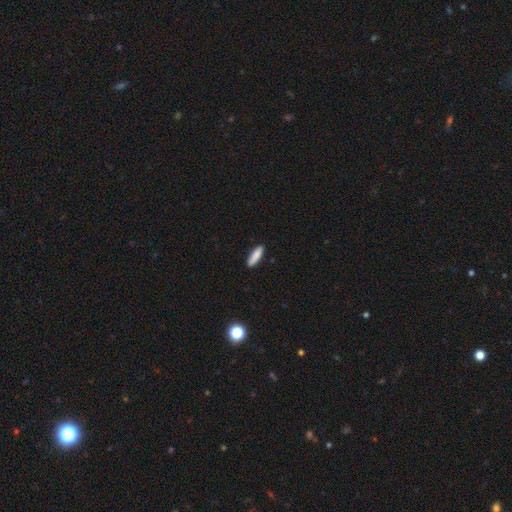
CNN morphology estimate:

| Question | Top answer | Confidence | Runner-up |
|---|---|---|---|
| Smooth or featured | smooth | 87% | featured or disk (7%) |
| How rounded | cigar-shaped | 65% | in between (33%) |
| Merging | none | 89% | minor disturbance (8%) |